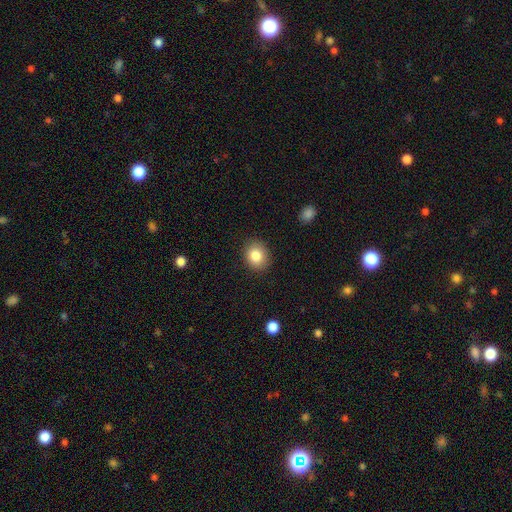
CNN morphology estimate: smooth 84%, star or artifact 9%, featured or disk 7%. Down the decision tree: how rounded — round (60%); merging — none (88%).